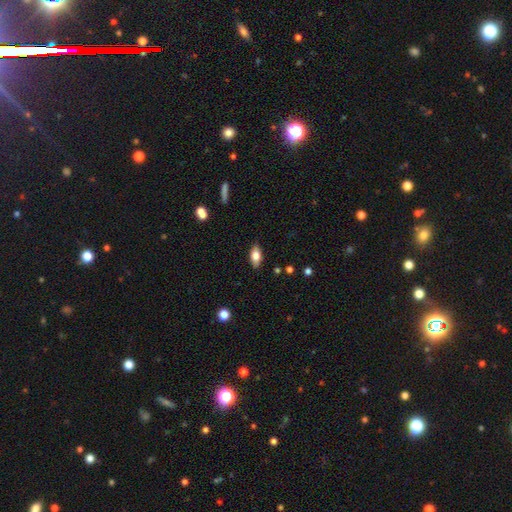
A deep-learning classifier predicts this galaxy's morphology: This is likely a smooth galaxy (74%). How rounded: clearly in between (86%). Merging: clearly none (85%).